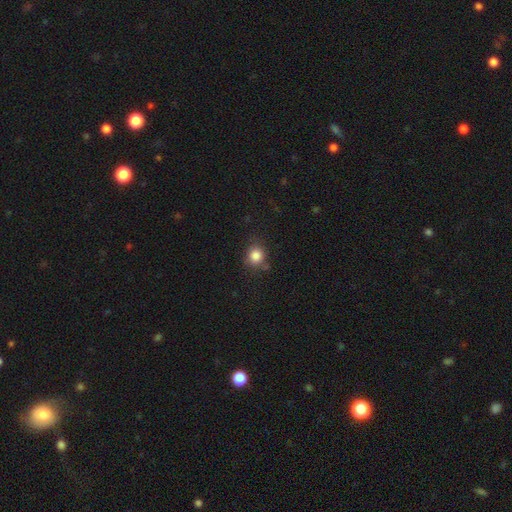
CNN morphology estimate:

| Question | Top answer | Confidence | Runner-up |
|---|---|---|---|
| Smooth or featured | smooth | 84% | star or artifact (11%) |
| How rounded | round | 83% | in between (16%) |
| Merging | none | 76% | minor disturbance (15%) |